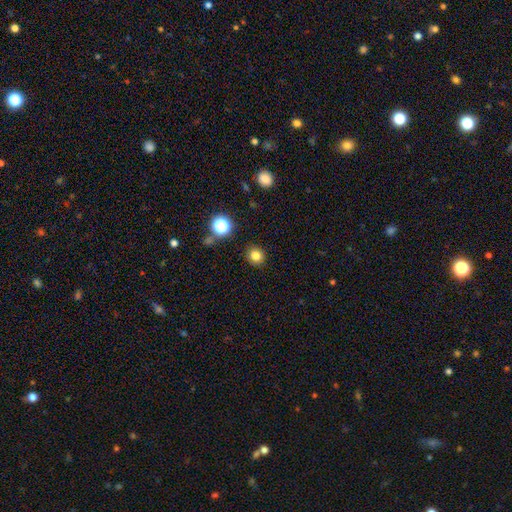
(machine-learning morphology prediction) The model was most divided on "smooth or featured": smooth: 80%, star or artifact: 14%, featured or disk: 6%. More confident: merging — none (90%); how rounded — round (87%).